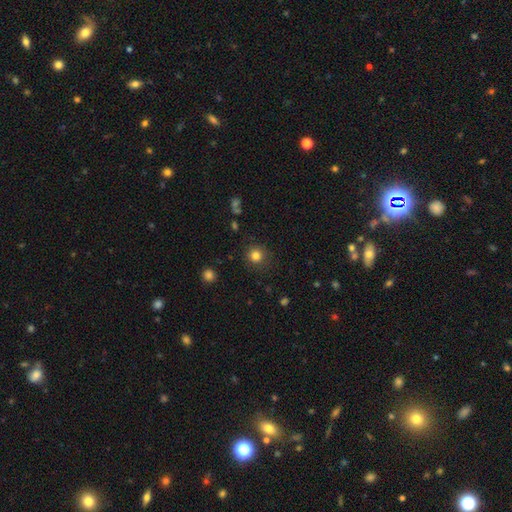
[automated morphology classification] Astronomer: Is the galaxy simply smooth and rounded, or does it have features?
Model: smooth — 82%.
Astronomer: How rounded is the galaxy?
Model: round — 92%.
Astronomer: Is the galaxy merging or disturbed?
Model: none — 87%.